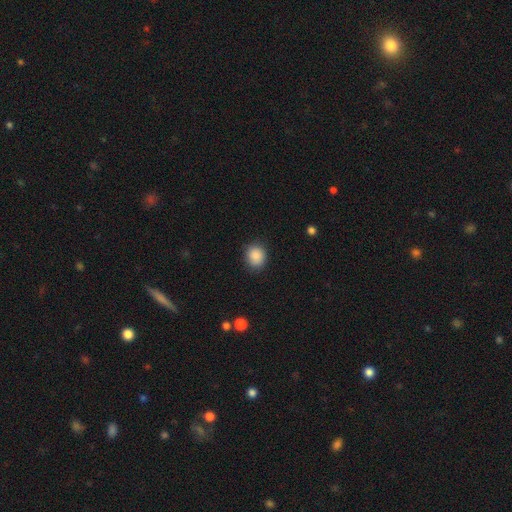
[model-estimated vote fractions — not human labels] Smooth or featured? Predicted: smooth (p=0.88). How rounded? Predicted: round (p=0.72). Merging? Predicted: none (p=0.85).